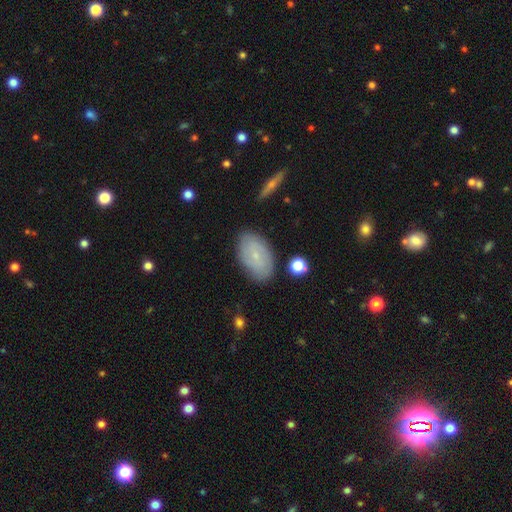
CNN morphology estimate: Overall: smooth (50%; featured or disk 42%). Merging: none (82%).